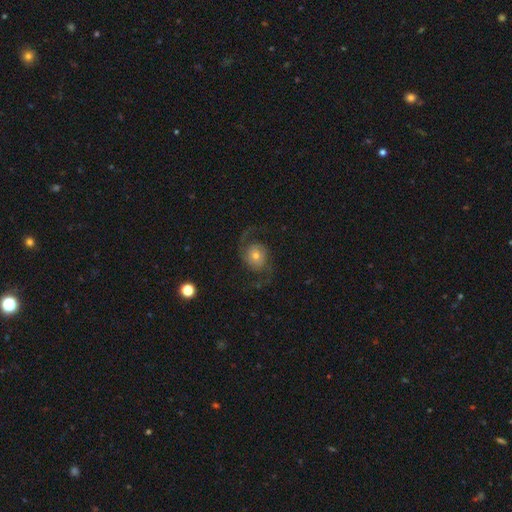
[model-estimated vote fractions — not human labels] featured or disk 80%, smooth 12%, star or artifact 7%. Down the decision tree: edge-on disk — no (98%); bar — no (72%); spiral arms — yes (95%); spiral arm count — 2 (92%); spiral winding — loose (47%); bulge size — small (47%); merging — none (71%).